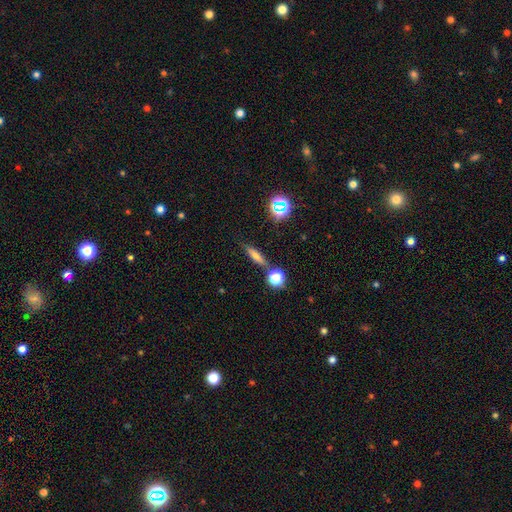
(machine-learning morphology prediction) smooth_or_featured: smooth (p=0.61) [alt: featured or disk p=0.23]
how_rounded: cigar-shaped (p=0.68) [alt: in between p=0.23]
merging: none (p=0.75) [alt: minor disturbance p=0.12]